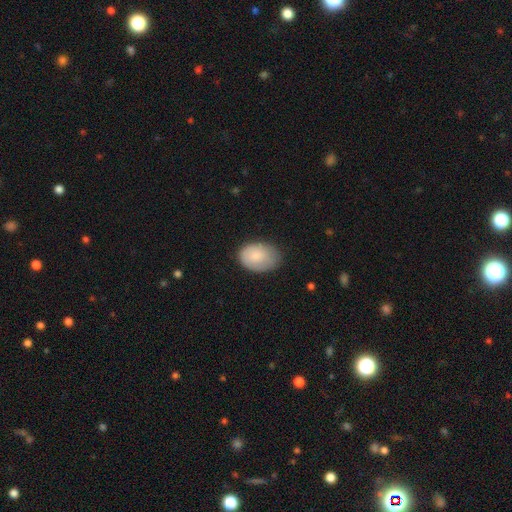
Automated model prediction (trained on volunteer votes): Overall: smooth (82%). How rounded: in between (81%). Merging: none (66%; minor disturbance 26%).